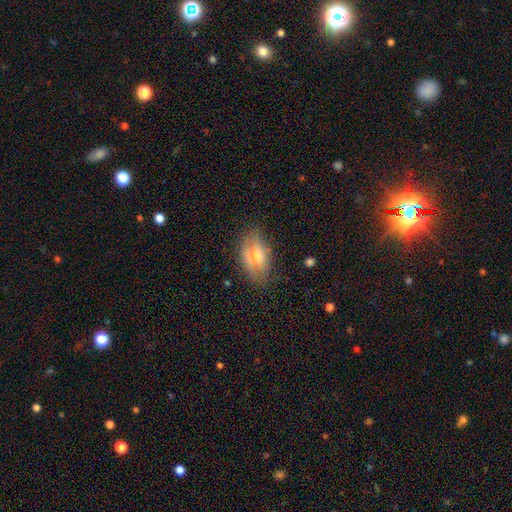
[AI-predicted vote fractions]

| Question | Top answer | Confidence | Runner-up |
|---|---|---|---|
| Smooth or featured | smooth | 55% | featured or disk (35%) |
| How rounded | in between | 87% | round (8%) |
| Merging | none | 69% | minor disturbance (23%) |